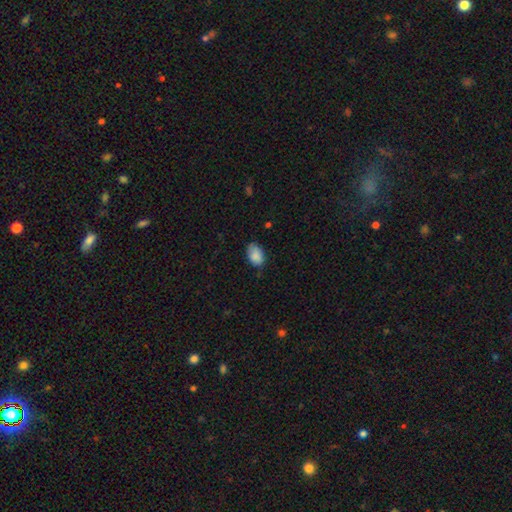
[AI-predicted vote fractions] Q: Smooth or featured?
A: smooth (86%); runner-up: star or artifact (7%)
Q: How rounded?
A: in between (89%); runner-up: round (9%)
Q: Merging?
A: none (66%); runner-up: minor disturbance (28%)